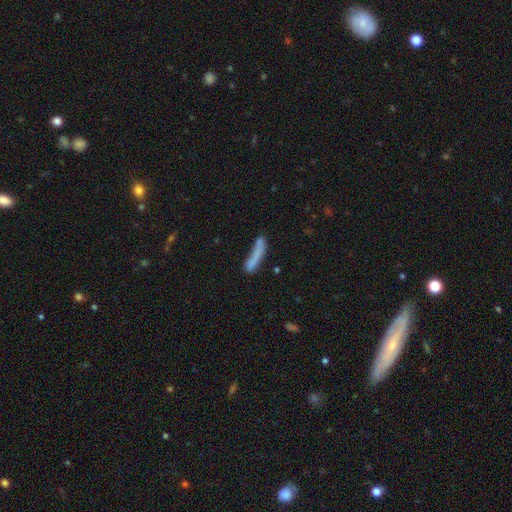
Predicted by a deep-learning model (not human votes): Smooth or featured? smooth (71%)
How rounded? cigar-shaped (87%)
Merging? none (53%)